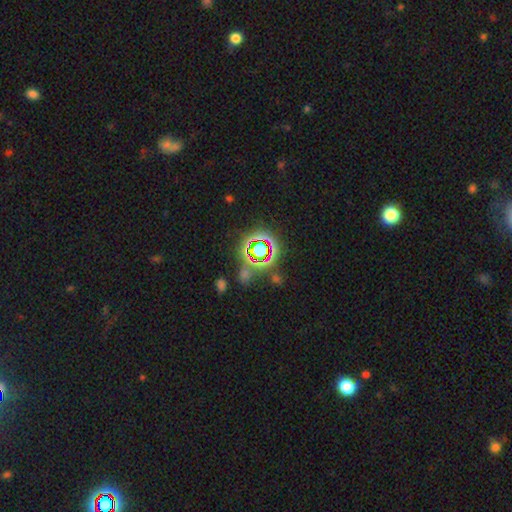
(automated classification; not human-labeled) A star or artifact, not a galaxy (73%).

Vote fractions:
- Smooth or featured? star or artifact: 73% / smooth: 17% / featured or disk: 10%